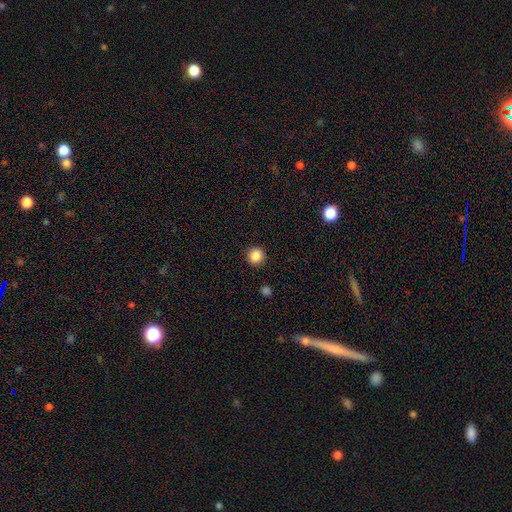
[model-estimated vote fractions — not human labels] smooth 86%, star or artifact 10%, featured or disk 3%. Down the decision tree: how rounded — round (94%); merging — none (92%).